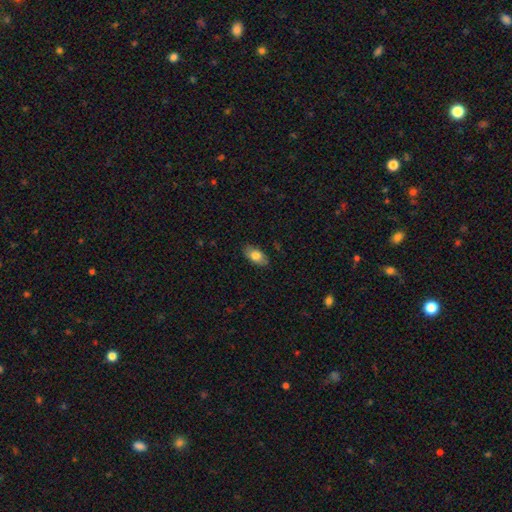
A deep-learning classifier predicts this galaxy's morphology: The model was most divided on "smooth or featured": smooth: 79%, featured or disk: 14%, star or artifact: 7%. More confident: how rounded — in between (92%); merging — none (86%).